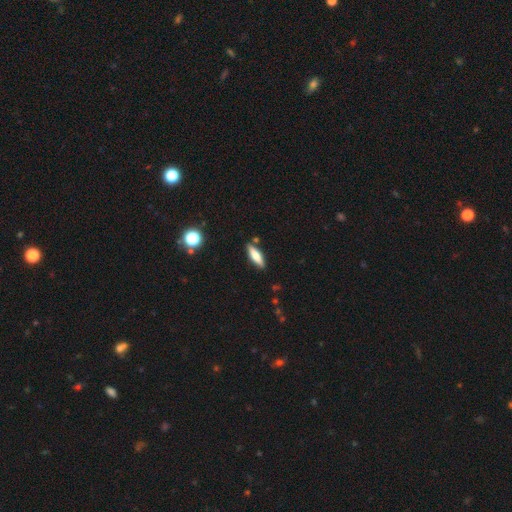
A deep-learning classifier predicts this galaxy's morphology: Smooth or featured: smooth — 68% (featured or disk — 25%)
How rounded: cigar-shaped — 57% (in between — 41%)
Merging: none — 84% (minor disturbance — 10%)